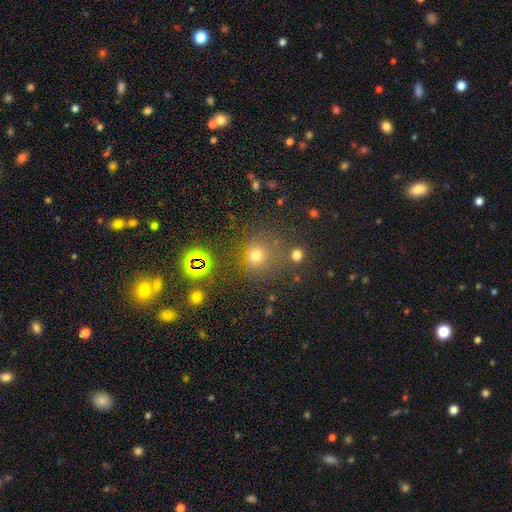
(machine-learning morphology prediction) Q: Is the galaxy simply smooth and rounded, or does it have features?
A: smooth — 65%.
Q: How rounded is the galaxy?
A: round — 87%.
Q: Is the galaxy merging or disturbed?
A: none — 72%.